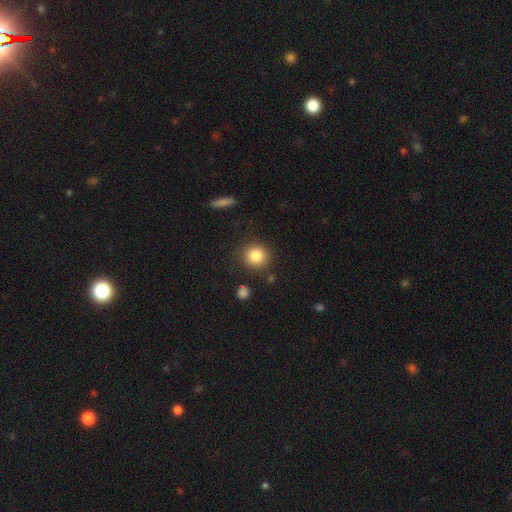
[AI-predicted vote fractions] Overall: smooth (84%). How rounded: round (89%). Merging: none (85%).